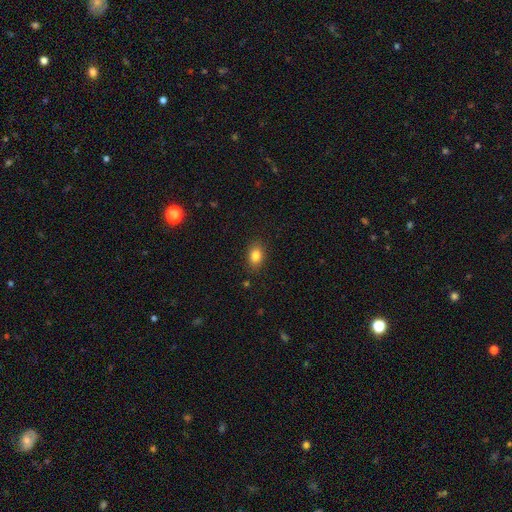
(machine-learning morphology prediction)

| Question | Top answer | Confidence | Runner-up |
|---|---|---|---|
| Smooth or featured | smooth | 84% | star or artifact (9%) |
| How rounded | in between | 76% | round (23%) |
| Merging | none | 87% | minor disturbance (10%) |